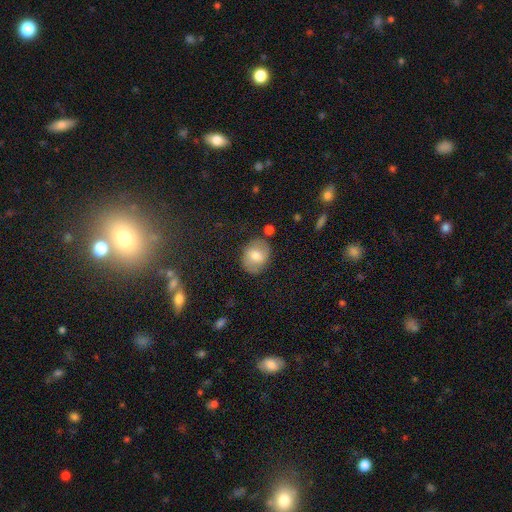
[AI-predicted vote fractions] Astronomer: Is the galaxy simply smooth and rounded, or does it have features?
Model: smooth — 68%.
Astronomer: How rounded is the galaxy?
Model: in between — 53% (runner-up: round, 46%).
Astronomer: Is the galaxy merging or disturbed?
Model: none — 78%.